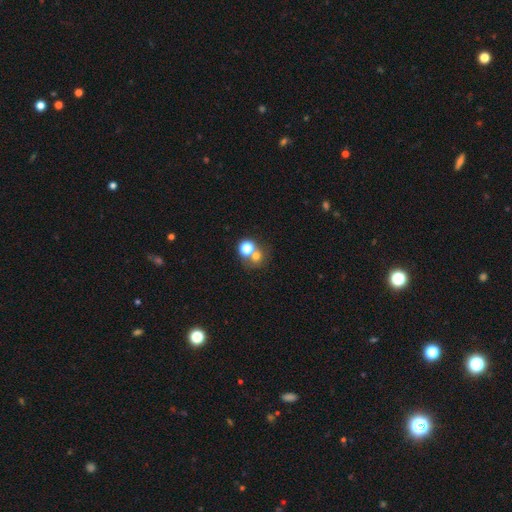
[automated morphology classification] smooth 66%, star or artifact 21%, featured or disk 13%. Down the decision tree: how rounded — round (79%); merging — none (47%).